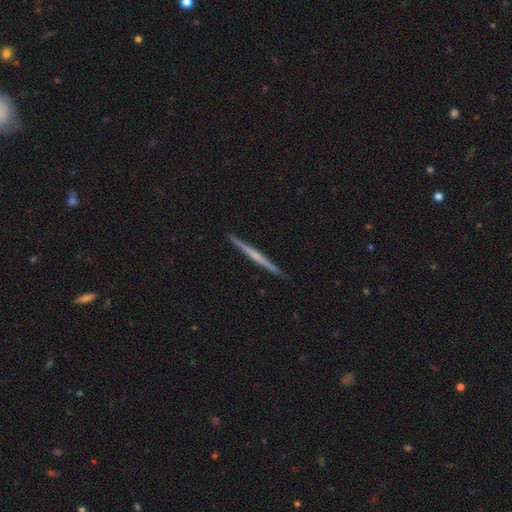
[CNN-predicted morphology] This appears to be a featured or disk galaxy (67%) viewed edge-on (98%) with no central bulge (59%). Merging: none (92%).